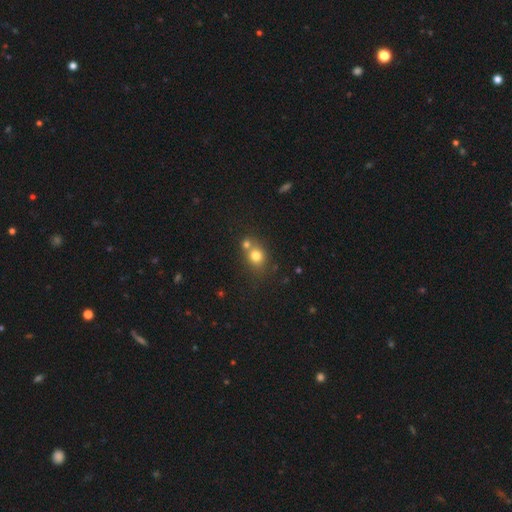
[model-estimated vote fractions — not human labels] Smooth or featured?
  - smooth: 75% *
  - star or artifact: 13%
  - featured or disk: 11%
How rounded?
  - round: 73% *
  - in between: 26%
  - cigar-shaped: 1%
Merging?
  - none: 48% *
  - merger: 39%
  - minor disturbance: 9%
  - major disturbance: 3%